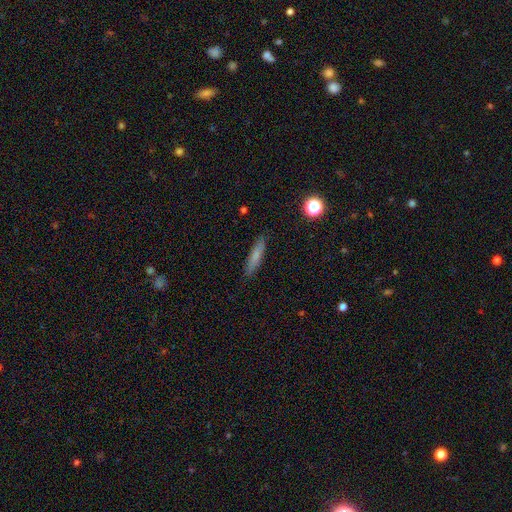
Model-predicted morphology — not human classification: Smooth or featured?
  - smooth: 74% *
  - featured or disk: 18%
  - star or artifact: 8%
How rounded?
  - cigar-shaped: 85% *
  - in between: 13%
  - round: 2%
Merging?
  - none: 87% *
  - minor disturbance: 9%
  - major disturbance: 2%
  - merger: 1%